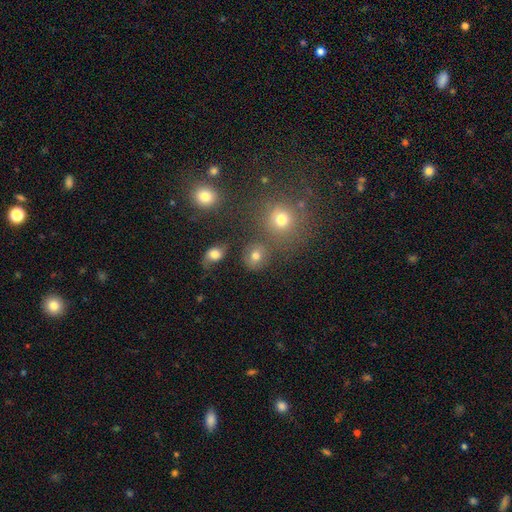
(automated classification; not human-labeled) Smooth or featured?
  - smooth: 74% *
  - star or artifact: 16%
  - featured or disk: 11%
How rounded?
  - round: 74% *
  - in between: 25%
  - cigar-shaped: 1%
Merging?
  - none: 72% *
  - minor disturbance: 12%
  - merger: 11%
  - major disturbance: 5%